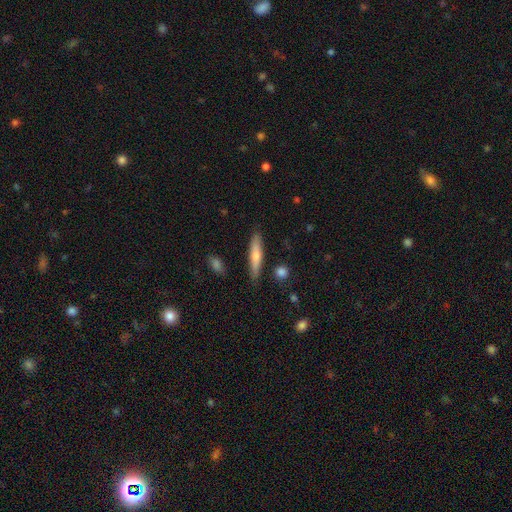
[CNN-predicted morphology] smooth 58%, featured or disk 35%, star or artifact 7%. Down the decision tree: how rounded — cigar-shaped (85%); merging — none (85%).